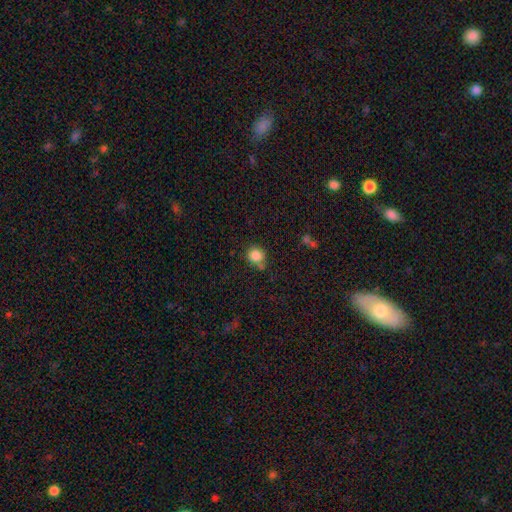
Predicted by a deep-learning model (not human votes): smooth 86%, star or artifact 10%, featured or disk 4%. Down the decision tree: how rounded — round (86%); merging — none (68%).